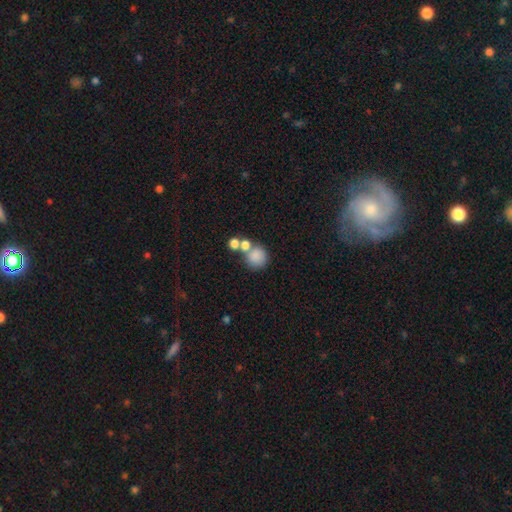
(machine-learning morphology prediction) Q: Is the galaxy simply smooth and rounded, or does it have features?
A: smooth — 80%.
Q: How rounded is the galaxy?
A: round — 85%.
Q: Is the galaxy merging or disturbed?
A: none — 46%.